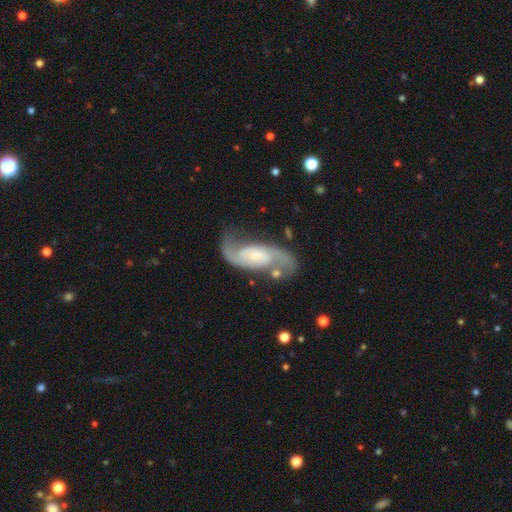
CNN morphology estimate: smooth-or-featured: featured or disk: 88% | smooth: 7% | star or artifact: 5%
  disk-edge-on: no: 96% | yes: 4%
    bar: no: 44% | weak: 41% | strong: 15%
    has-spiral-arms: yes: 97% | no: 3%
      spiral-winding: medium: 46% | loose: 39% | tight: 15%
      spiral-arm-count: 2: 91% | can't tell: 3% | 1: 3% | 3: 1% | 4: 1% | more than 4: 1%
    bulge-size: small: 58% | moderate: 32% | none: 5% | large: 4% | dominant: 1%
  merging: none: 67% | minor disturbance: 17% | major disturbance: 10% | merger: 6%